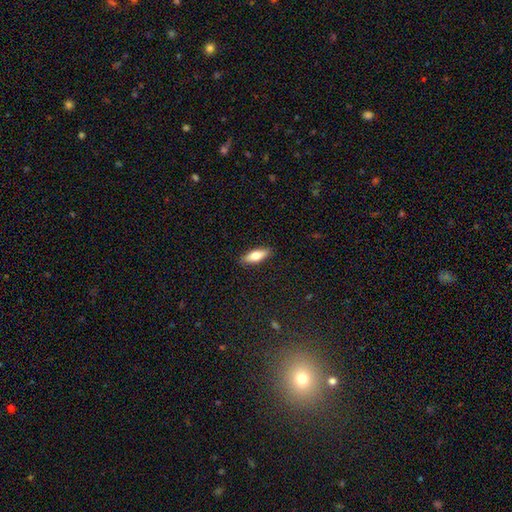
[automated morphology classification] Smooth or featured? smooth (71%)
How rounded? in between (63%)
Merging? none (89%)